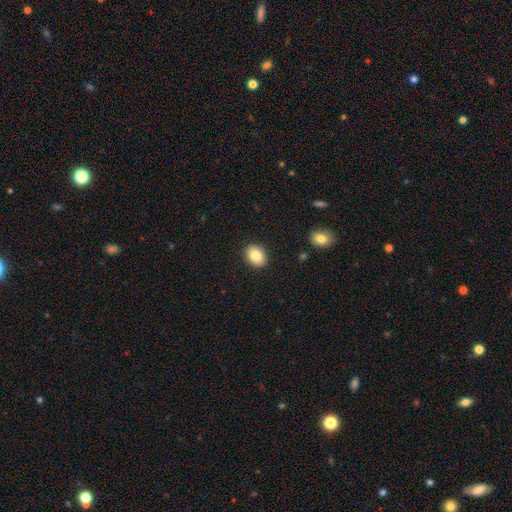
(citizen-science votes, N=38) Volunteers were most divided on "how rounded": in between: 62%, round: 38%, cigar-shaped: 0%. More confident: merging — none (94%); smooth or featured — smooth (84%).